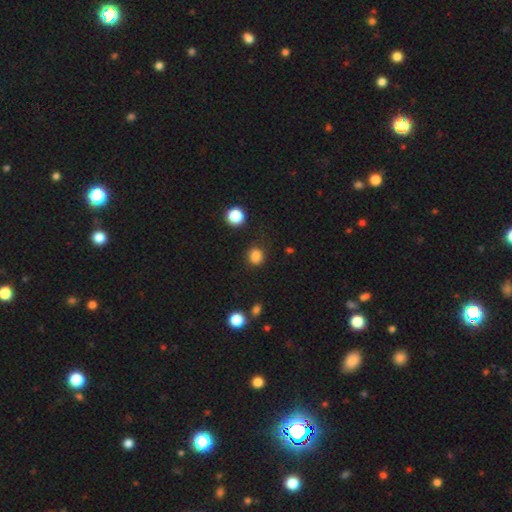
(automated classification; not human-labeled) Smooth or featured? Predicted: smooth (p=0.83). How rounded? Predicted: round (p=0.72). Merging? Predicted: none (p=0.80).